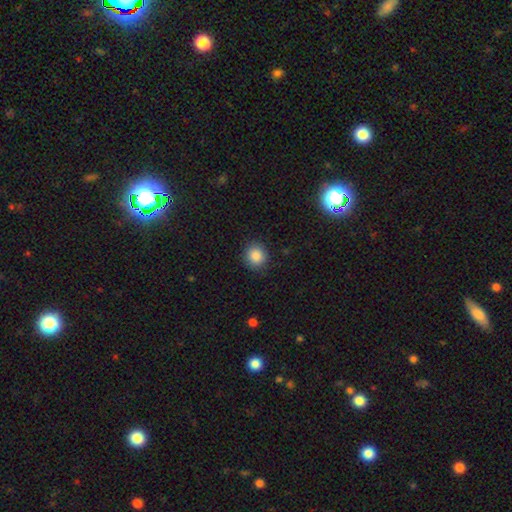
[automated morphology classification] smooth_or_featured: smooth (p=0.87) [alt: star or artifact p=0.10]
how_rounded: round (p=0.88) [alt: in between p=0.11]
merging: none (p=0.90) [alt: minor disturbance p=0.07]